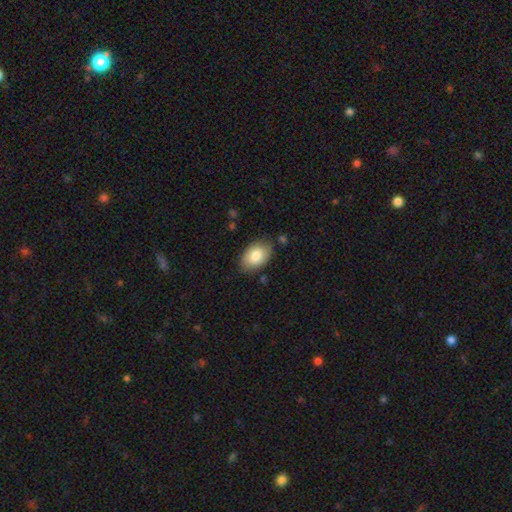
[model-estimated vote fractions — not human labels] The model was most divided on "merging": none: 77%, minor disturbance: 17%, major disturbance: 3%, merger: 2%. More confident: how rounded — in between (89%); smooth or featured — smooth (82%).